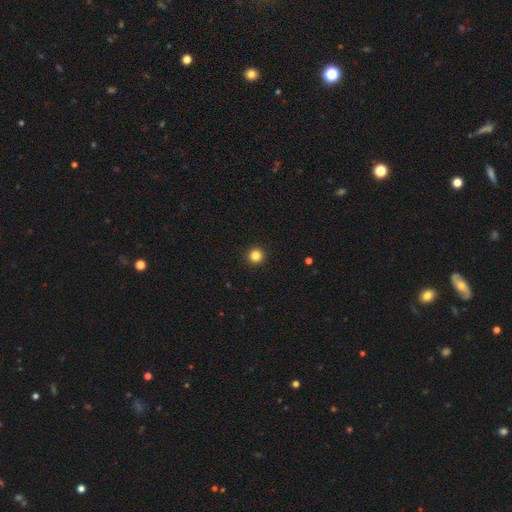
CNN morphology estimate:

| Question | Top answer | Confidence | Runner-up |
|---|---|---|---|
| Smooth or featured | smooth | 84% | star or artifact (12%) |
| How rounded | round | 96% | in between (3%) |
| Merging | none | 94% | minor disturbance (4%) |